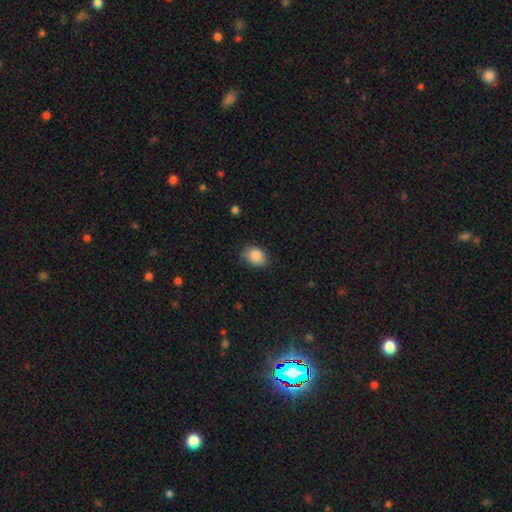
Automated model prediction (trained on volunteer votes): This appears to be a smooth galaxy with no disk features (88%) that is in between round and cigar-shaped (62%). Merging: none (76%).